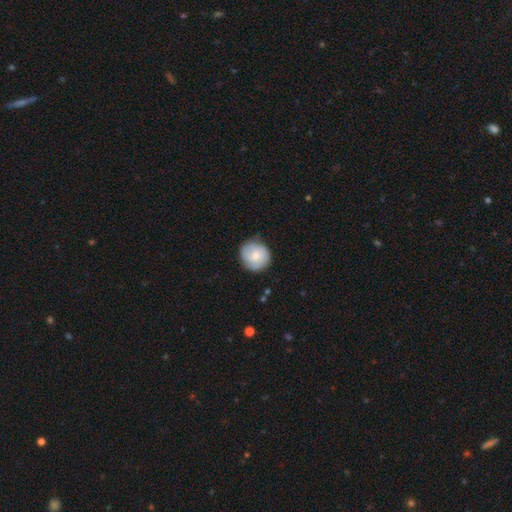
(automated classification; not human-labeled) This is likely a smooth galaxy (65%). How rounded: clearly round (90%). Merging: likely none (76%).